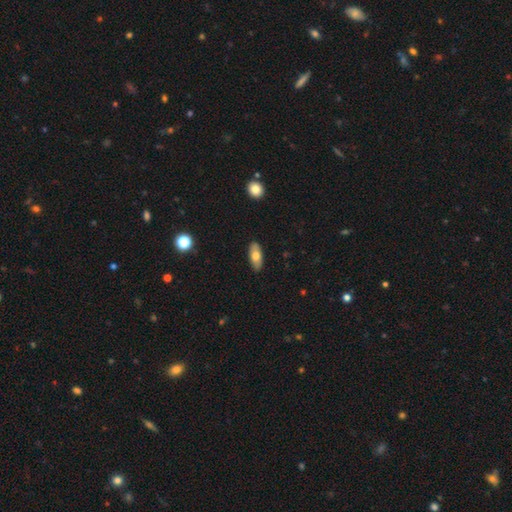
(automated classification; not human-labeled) smooth 71%, featured or disk 23%, star or artifact 6%. Down the decision tree: how rounded — in between (84%); merging — none (87%).